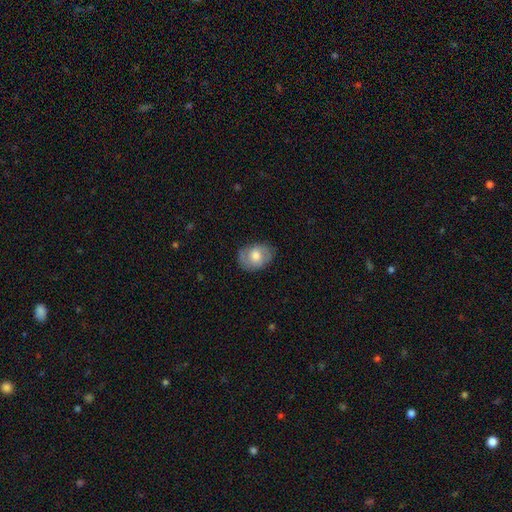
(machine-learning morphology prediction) smooth_or_featured: smooth (p=0.56) [alt: featured or disk p=0.37]
how_rounded: in between (p=0.68) [alt: round p=0.31]
merging: none (p=0.76) [alt: minor disturbance p=0.18]